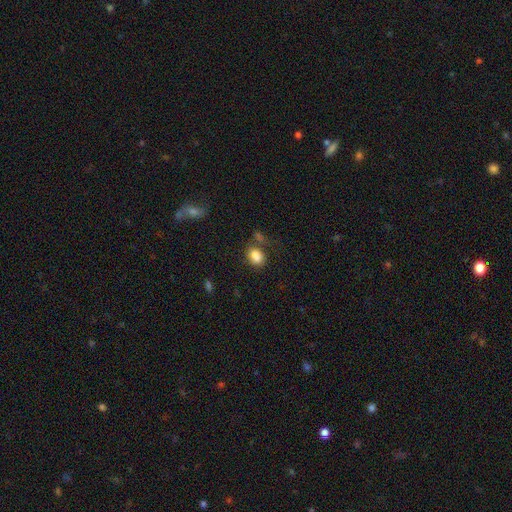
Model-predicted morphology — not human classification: The model was most divided on "merging": none: 51%, merger: 20%, minor disturbance: 19%, major disturbance: 10%. More confident: smooth or featured — smooth (82%); how rounded — in between (71%).